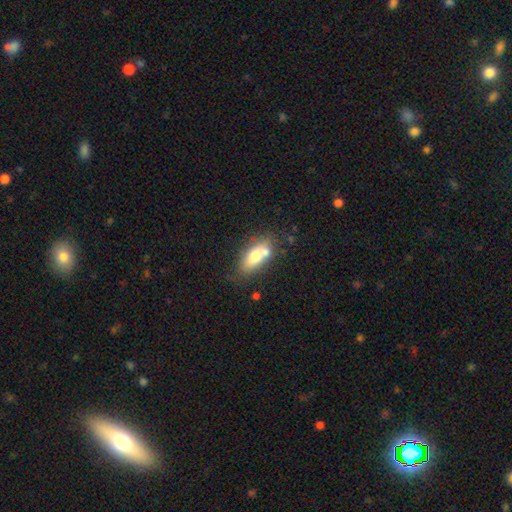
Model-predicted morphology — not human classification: This appears to be a smooth galaxy with no disk features (70%) that is in between round and cigar-shaped (81%). Merging: none (50%).